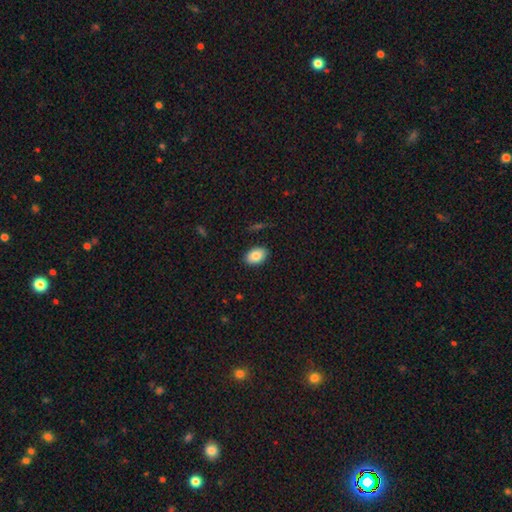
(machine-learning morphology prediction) smooth-or-featured: smooth: 86% | star or artifact: 7% | featured or disk: 7%
  how-rounded: in between: 87% | round: 12% | cigar-shaped: 1%
  merging: none: 88% | minor disturbance: 9% | major disturbance: 2% | merger: 1%